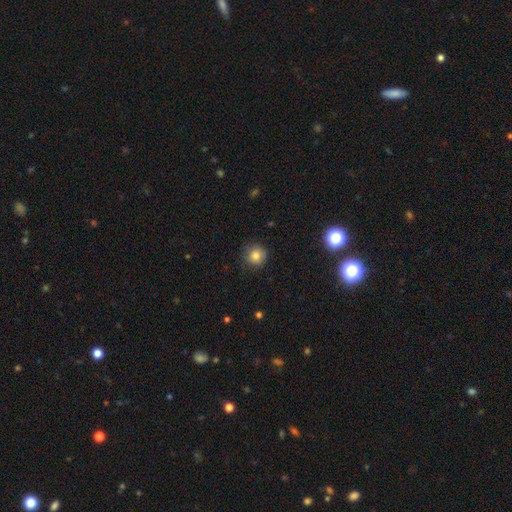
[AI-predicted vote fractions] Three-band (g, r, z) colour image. It shows a smooth galaxy with no disk features (82%) that is round (93%). Merging: none (85%).